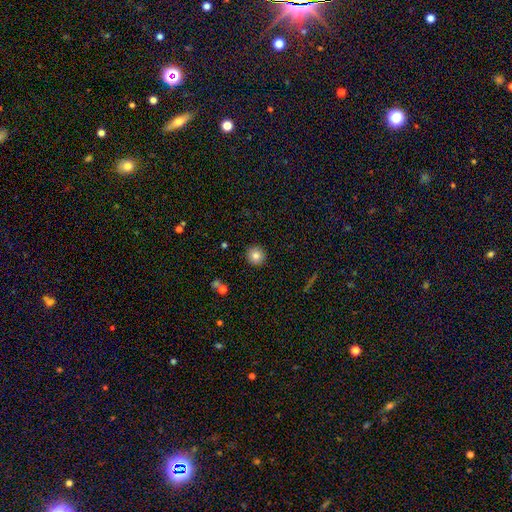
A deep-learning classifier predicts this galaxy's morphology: Q: Smooth or featured?
A: smooth (83%); runner-up: star or artifact (10%)
Q: How rounded?
A: round (94%); runner-up: in between (5%)
Q: Merging?
A: none (92%); runner-up: minor disturbance (5%)